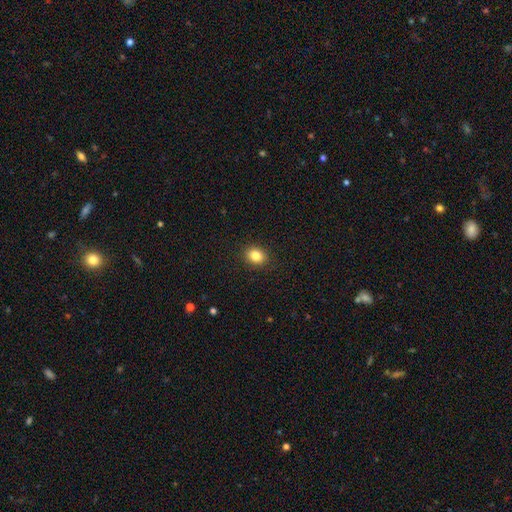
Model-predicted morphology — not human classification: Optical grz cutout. It shows a smooth galaxy with no disk features (84%) that is round (53%). Merging: none (90%).